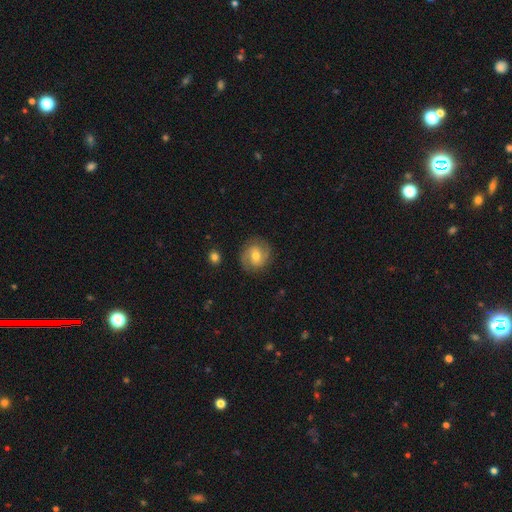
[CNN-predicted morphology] smooth_or_featured: featured or disk (p=0.54) [alt: smooth p=0.38]
disk_edge_on: no (p=0.97) [alt: yes p=0.03]
bar: no (p=0.46) [alt: weak p=0.42]
has_spiral_arms: yes (p=0.84) [alt: no p=0.16]
bulge_size: moderate (p=0.71) [alt: small p=0.20]
merging: none (p=0.83) [alt: minor disturbance p=0.12]